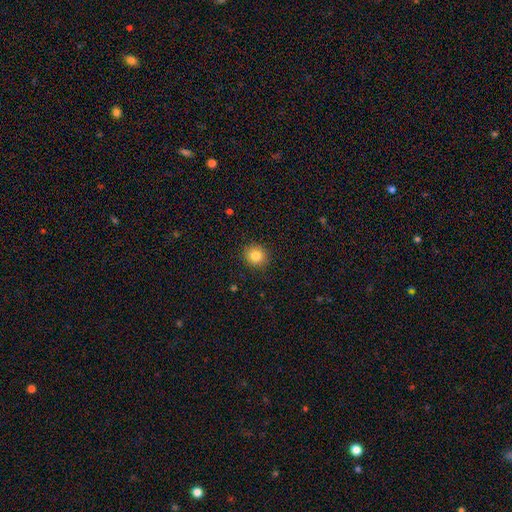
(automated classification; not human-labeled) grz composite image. It shows a smooth galaxy with no disk features (83%) that is round (88%). Merging: none (91%).